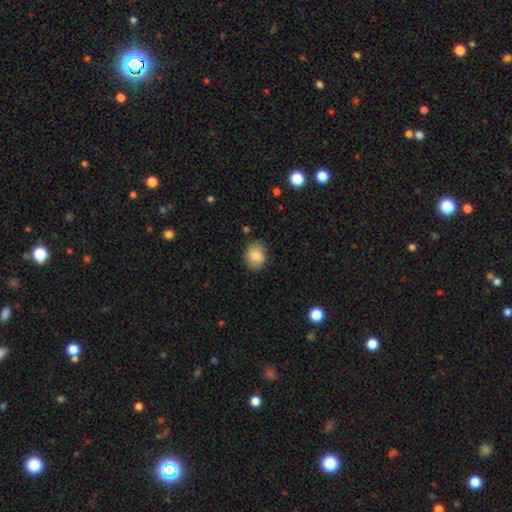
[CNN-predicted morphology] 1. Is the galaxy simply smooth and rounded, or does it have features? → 84% smooth, 9% featured or disk, 7% star or artifact.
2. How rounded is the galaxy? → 51% in between, 48% round, 1% cigar-shaped.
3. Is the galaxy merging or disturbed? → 77% none, 18% minor disturbance, 4% major disturbance, 1% merger.